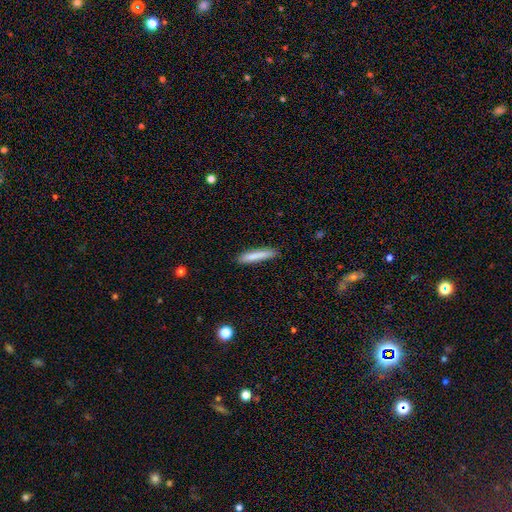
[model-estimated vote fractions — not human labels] Q: Smooth or featured?
A: smooth (81%); runner-up: featured or disk (13%)
Q: How rounded?
A: cigar-shaped (92%); runner-up: in between (7%)
Q: Merging?
A: none (86%); runner-up: minor disturbance (11%)